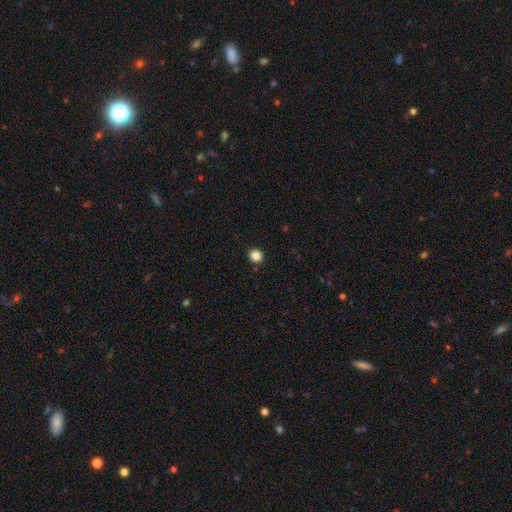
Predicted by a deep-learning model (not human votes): Smooth or featured: smooth — 85% (star or artifact — 11%)
How rounded: round — 84% (in between — 15%)
Merging: none — 91% (minor disturbance — 5%)